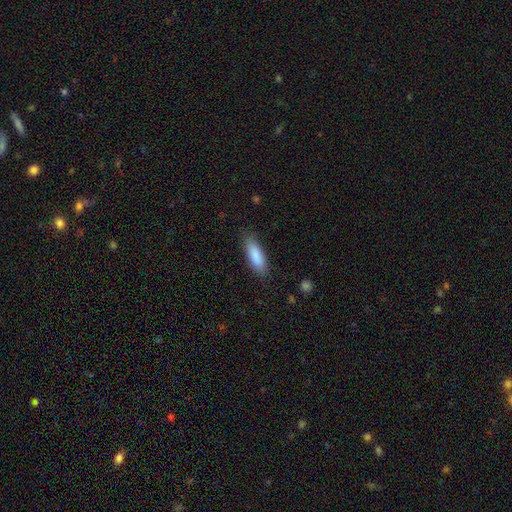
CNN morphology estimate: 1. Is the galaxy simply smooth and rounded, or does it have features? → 87% smooth, 7% featured or disk, 6% star or artifact.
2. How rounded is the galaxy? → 57% in between, 41% cigar-shaped, 2% round.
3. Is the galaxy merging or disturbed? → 83% none, 13% minor disturbance, 3% major disturbance, 1% merger.